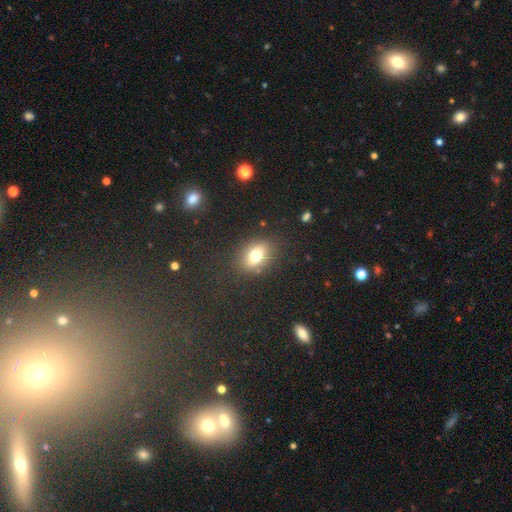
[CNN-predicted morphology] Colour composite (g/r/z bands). It shows a smooth galaxy with no disk features (74%) that is in between round and cigar-shaped (76%). Merging: none (83%).